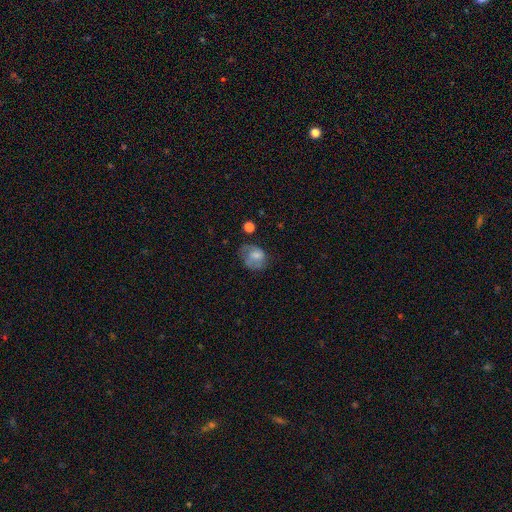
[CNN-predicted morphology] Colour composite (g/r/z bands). It shows a smooth galaxy with no disk features (61%) that is round (54%). Merging: none (46%).